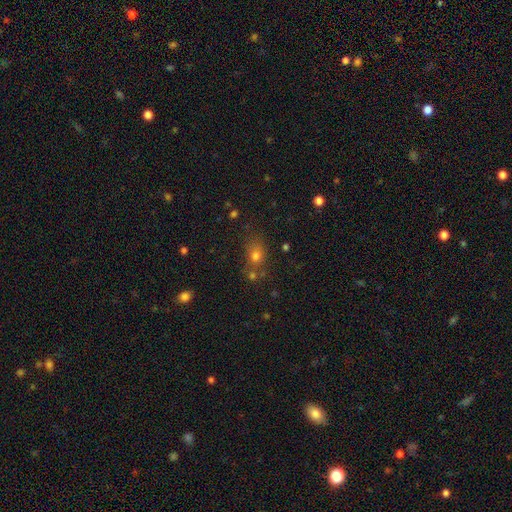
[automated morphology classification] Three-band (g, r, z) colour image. It shows a smooth galaxy with no disk features (70%) that is round (53%). Merging: none (62%).